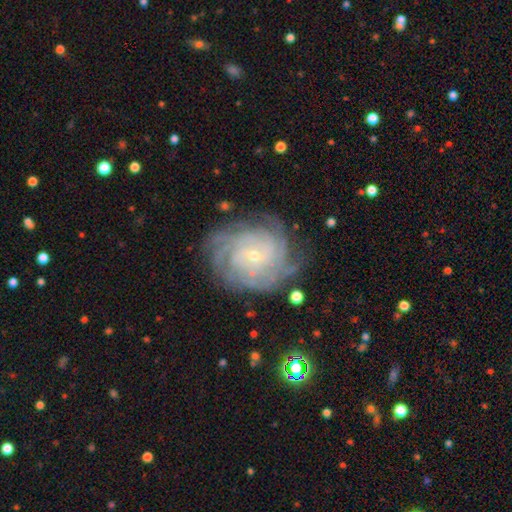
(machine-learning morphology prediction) smooth-or-featured: featured or disk: 86% | smooth: 7% | star or artifact: 7%
  disk-edge-on: no: 97% | yes: 3%
    bar: no: 71% | weak: 23% | strong: 6%
    has-spiral-arms: yes: 97% | no: 3%
      spiral-winding: tight: 76% | medium: 20% | loose: 4%
      spiral-arm-count: can't tell: 27% | 4: 24% | more than 4: 22% | 3: 12% | 2: 8% | 1: 7%
    bulge-size: small: 81% | moderate: 15% | none: 1% | large: 1% | dominant: 1%
  merging: none: 75% | minor disturbance: 17% | major disturbance: 7% | merger: 2%